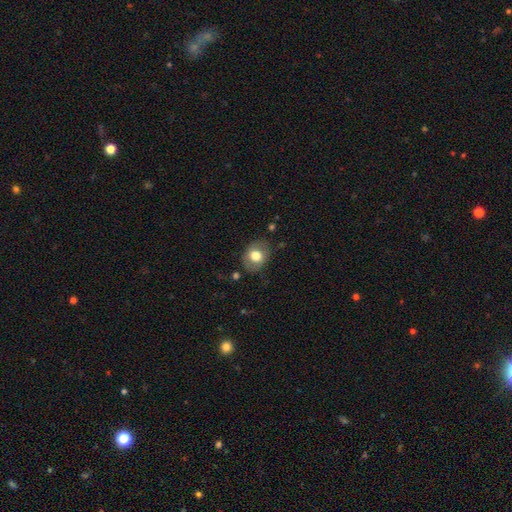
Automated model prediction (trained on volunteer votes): A smooth galaxy with no disk features (71%) that is in between round and cigar-shaped (57%). Merging: none (77%).